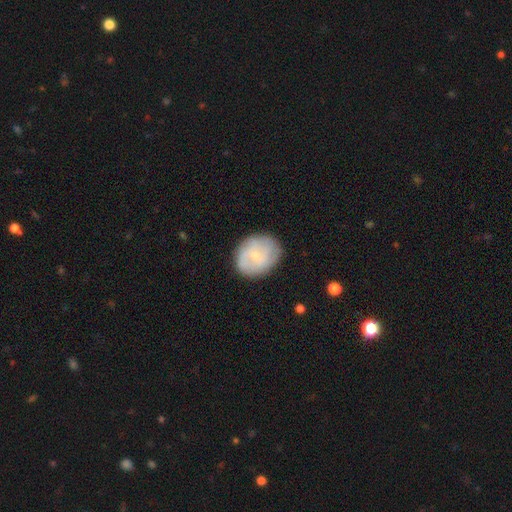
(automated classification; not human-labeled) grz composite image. It shows a smooth galaxy with no disk features (52%) that is round (59%). Merging: none (78%).